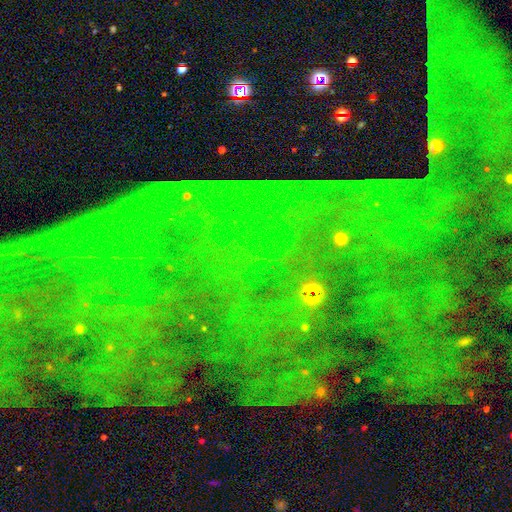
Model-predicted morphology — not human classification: Q: Smooth or featured?
A: star or artifact (83%); runner-up: featured or disk (9%)